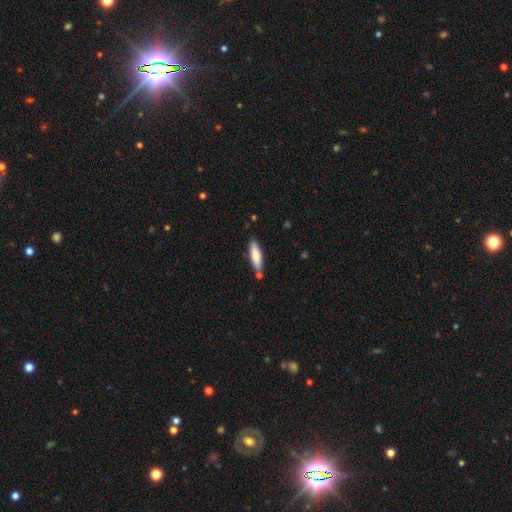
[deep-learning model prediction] Smooth or featured?
  - smooth: 78% *
  - featured or disk: 16%
  - star or artifact: 5%
How rounded?
  - cigar-shaped: 63% *
  - in between: 36%
  - round: 1%
Merging?
  - none: 73% *
  - minor disturbance: 16%
  - merger: 8%
  - major disturbance: 3%